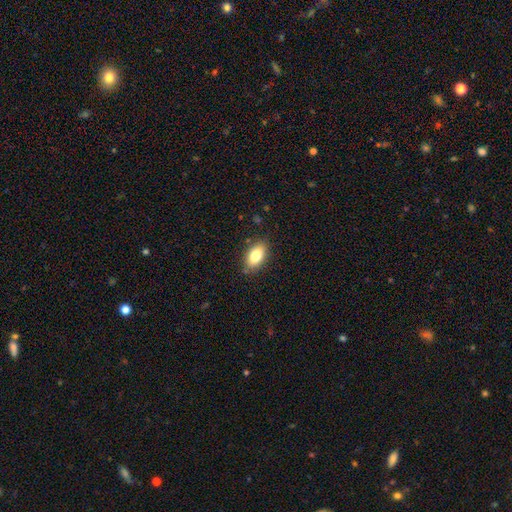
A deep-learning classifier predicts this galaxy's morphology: Smooth or featured? Predicted: smooth (p=0.81). How rounded? Predicted: in between (p=0.90). Merging? Predicted: none (p=0.84).